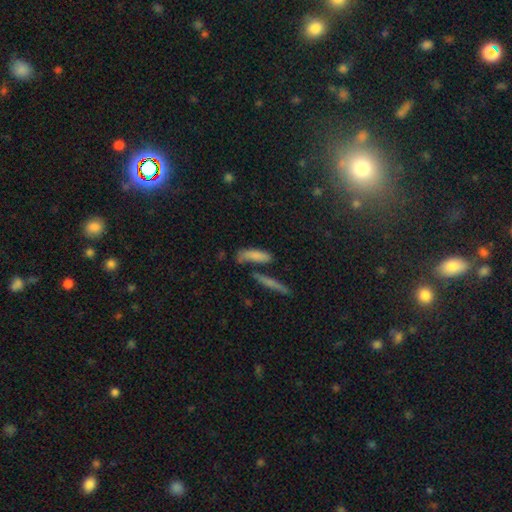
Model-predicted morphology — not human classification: smooth-or-featured: smooth: 73% | featured or disk: 17% | star or artifact: 10%
  how-rounded: cigar-shaped: 60% | in between: 37% | round: 3%
  merging: none: 56% | minor disturbance: 19% | merger: 17% | major disturbance: 8%